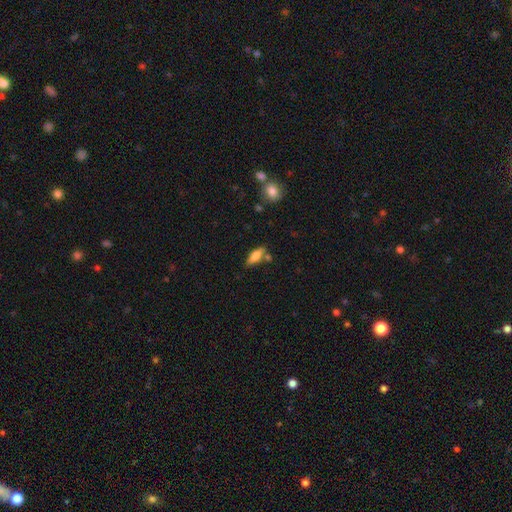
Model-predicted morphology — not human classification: Q: Smooth or featured?
A: smooth (69%); runner-up: featured or disk (24%)
Q: How rounded?
A: in between (59%); runner-up: cigar-shaped (39%)
Q: Merging?
A: none (70%); runner-up: minor disturbance (15%)